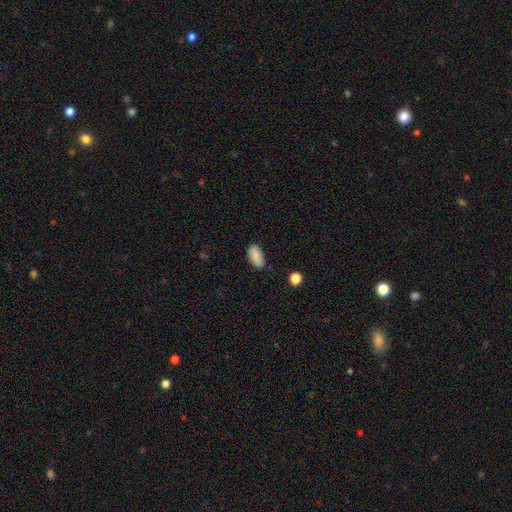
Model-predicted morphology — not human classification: Smooth or featured? smooth (87%)
How rounded? in between (92%)
Merging? none (83%)